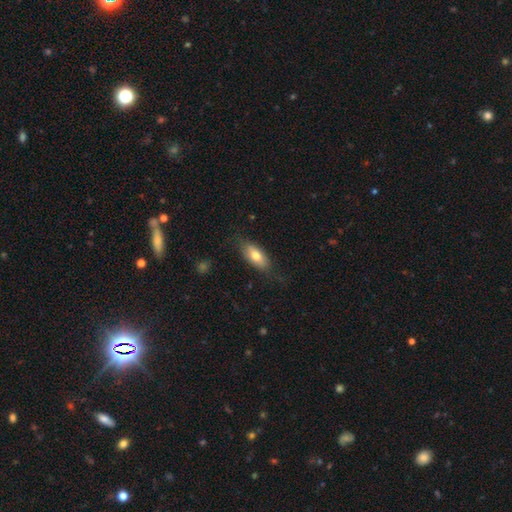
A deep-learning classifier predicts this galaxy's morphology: smooth_or_featured: smooth (p=0.70) [alt: featured or disk p=0.24]
how_rounded: in between (p=0.83) [alt: cigar-shaped p=0.14]
merging: none (p=0.75) [alt: minor disturbance p=0.18]